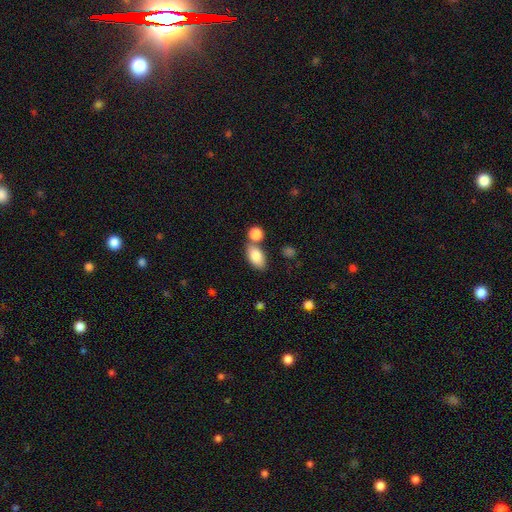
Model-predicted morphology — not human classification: Q: Smooth or featured?
A: smooth (84%); runner-up: featured or disk (9%)
Q: How rounded?
A: in between (90%); runner-up: round (6%)
Q: Merging?
A: none (57%); runner-up: merger (28%)